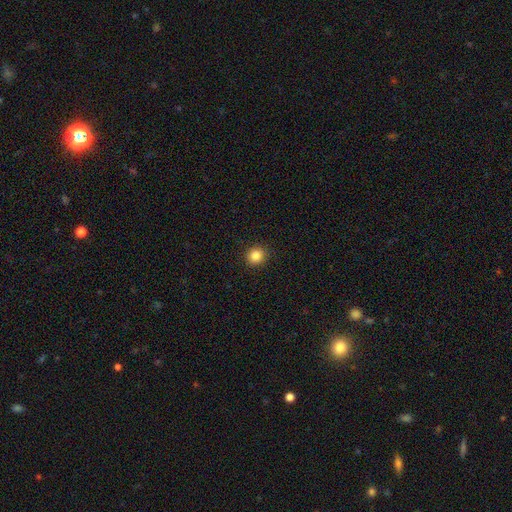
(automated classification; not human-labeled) Morphology: type=smooth (85%); roundness=round (88%); merging=none (92%).